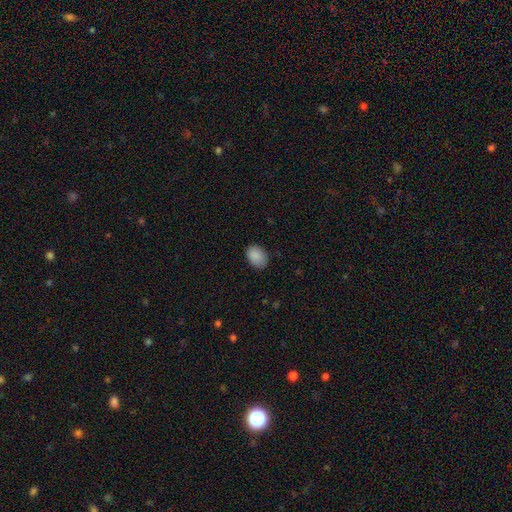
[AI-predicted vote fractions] smooth_or_featured: smooth (p=0.89) [alt: star or artifact p=0.07]
how_rounded: in between (p=0.77) [alt: round p=0.22]
merging: none (p=0.81) [alt: minor disturbance p=0.15]